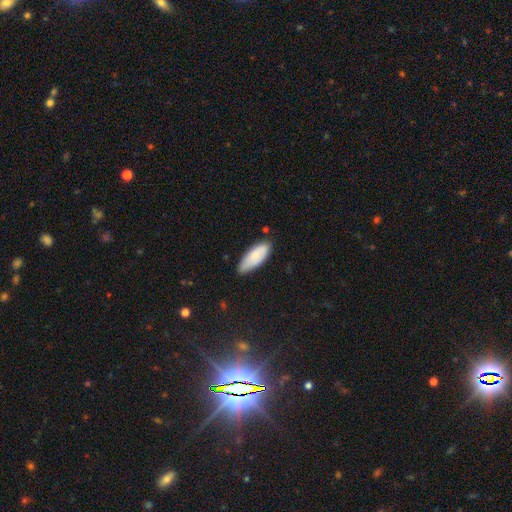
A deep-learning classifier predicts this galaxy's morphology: Smooth or featured? smooth (79%)
How rounded? in between (77%)
Merging? none (71%)